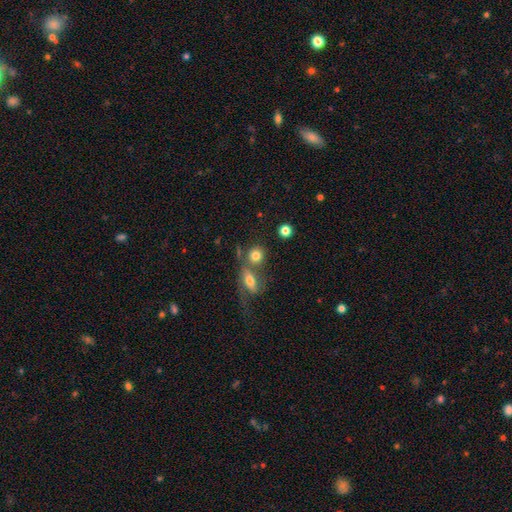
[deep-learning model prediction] smooth_or_featured: smooth (p=0.79) [alt: featured or disk p=0.11]
how_rounded: round (p=0.78) [alt: in between p=0.19]
merging: none (p=0.52) [alt: merger p=0.34]